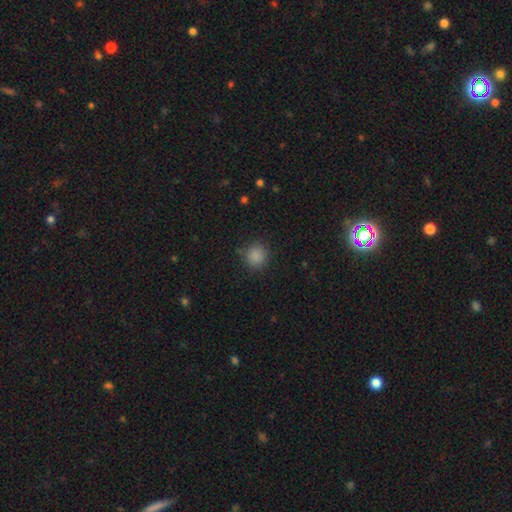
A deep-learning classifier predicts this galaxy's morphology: Smooth or featured? smooth (86%)
How rounded? round (89%)
Merging? none (83%)